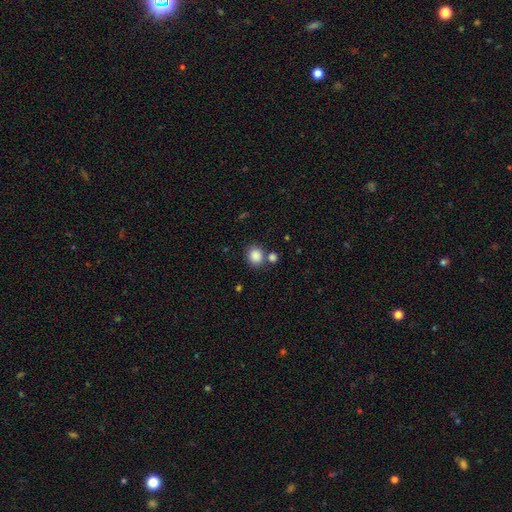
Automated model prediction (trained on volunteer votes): Smooth or featured? smooth (86%)
How rounded? round (72%)
Merging? none (66%)